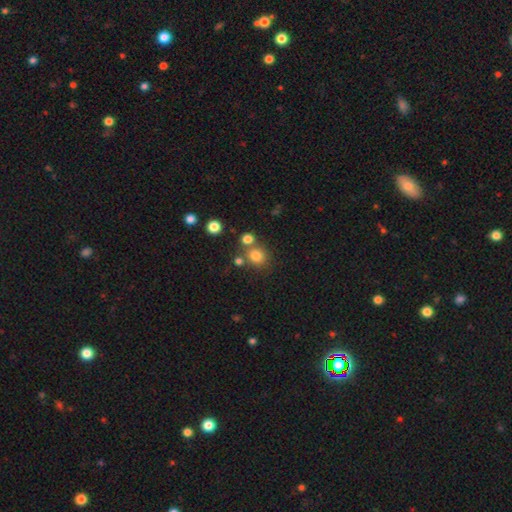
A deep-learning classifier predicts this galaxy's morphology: Smooth or featured?
  - smooth: 78% *
  - star or artifact: 15%
  - featured or disk: 7%
How rounded?
  - round: 83% *
  - in between: 16%
  - cigar-shaped: 1%
Merging?
  - none: 68% *
  - merger: 19%
  - minor disturbance: 9%
  - major disturbance: 4%